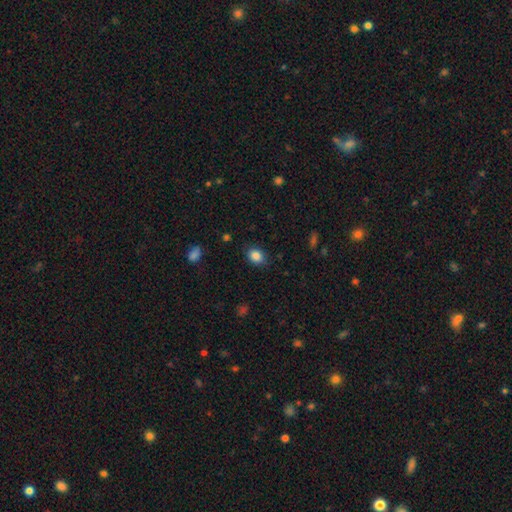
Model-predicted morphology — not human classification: This appears to be a smooth galaxy with no disk features (86%) that is in between round and cigar-shaped (61%). Merging: none (84%).